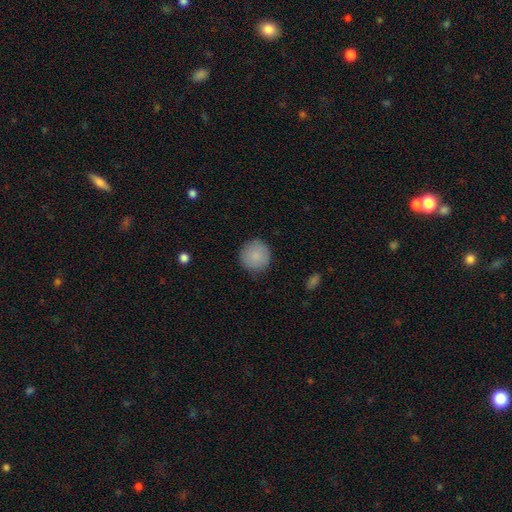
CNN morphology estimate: A smooth galaxy with no disk features (87%) that is round (92%).

Vote fractions:
- Smooth or featured? smooth: 87% / star or artifact: 7% / featured or disk: 6%
- How rounded? round: 92% / in between: 7% / cigar-shaped: 1%
- Merging? none: 86% / minor disturbance: 10% / major disturbance: 2% / merger: 1%